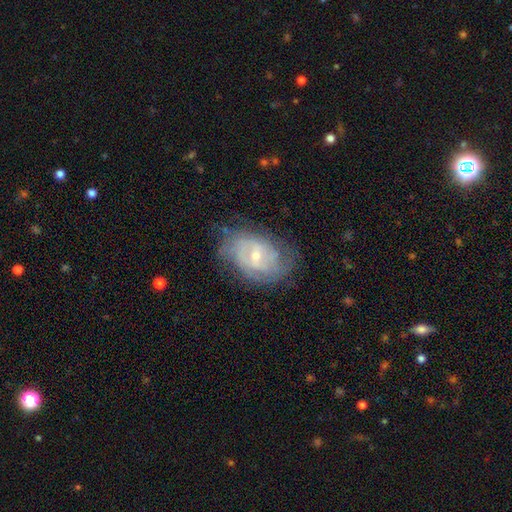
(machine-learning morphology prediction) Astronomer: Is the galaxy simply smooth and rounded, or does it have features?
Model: featured or disk — 76%.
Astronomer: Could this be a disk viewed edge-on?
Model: no — 96%.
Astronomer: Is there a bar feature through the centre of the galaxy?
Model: weak — 54% (runner-up: no, 33%).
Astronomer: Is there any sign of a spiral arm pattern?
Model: yes — 85%.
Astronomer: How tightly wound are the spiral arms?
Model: tight — 52% (runner-up: medium, 35%).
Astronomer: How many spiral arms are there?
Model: can't tell — 42% (runner-up: 2, 36%).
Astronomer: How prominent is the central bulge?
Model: small — 59% (runner-up: moderate, 36%).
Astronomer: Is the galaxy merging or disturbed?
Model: none — 65%.